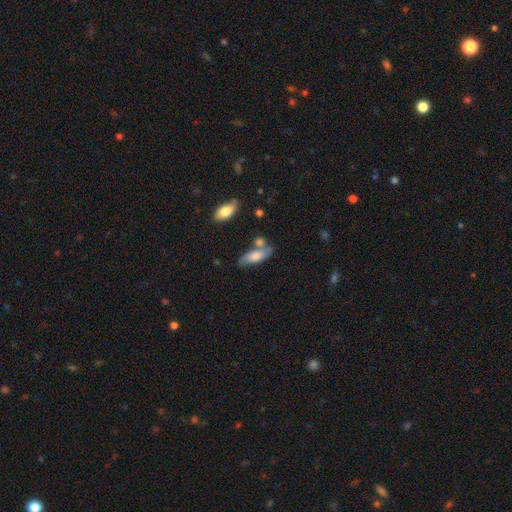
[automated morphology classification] smooth_or_featured: smooth (p=0.67) [alt: featured or disk p=0.26]
how_rounded: in between (p=0.72) [alt: cigar-shaped p=0.25]
merging: none (p=0.52) [alt: merger p=0.22]